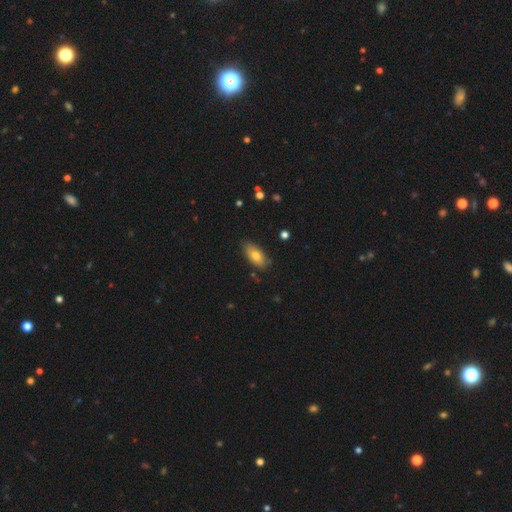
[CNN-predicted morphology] This appears to be a smooth galaxy with no disk features (75%) that is in between round and cigar-shaped (87%). Merging: none (80%).